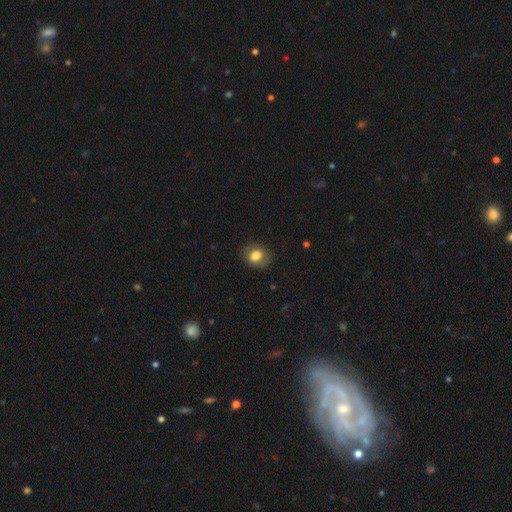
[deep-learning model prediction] smooth_or_featured: smooth (p=0.78) [alt: featured or disk p=0.14]
how_rounded: round (p=0.51) [alt: in between p=0.48]
merging: none (p=0.81) [alt: minor disturbance p=0.13]